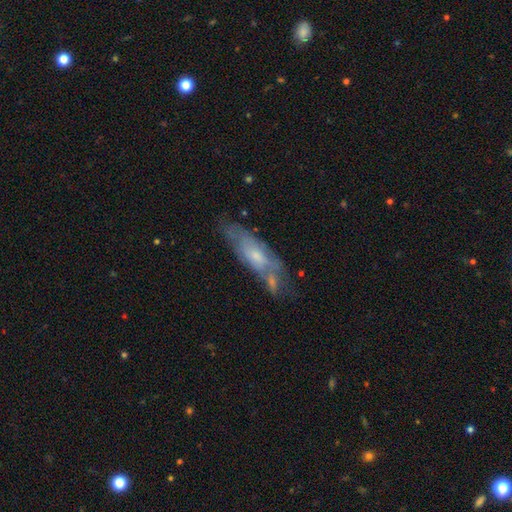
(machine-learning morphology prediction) Smooth or featured? Predicted: featured or disk (p=0.52). Edge-on disk? Predicted: no (p=0.68). Merging? Predicted: none (p=0.47).